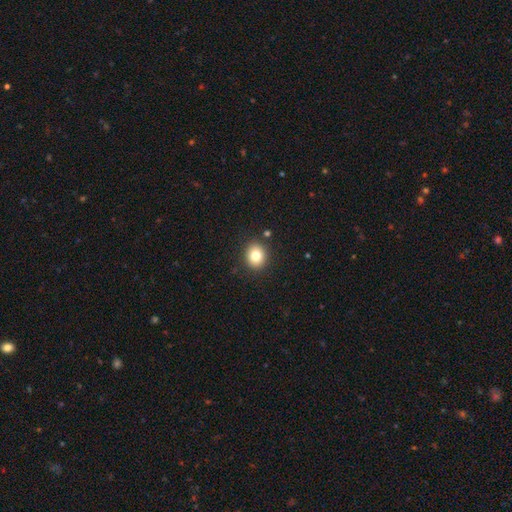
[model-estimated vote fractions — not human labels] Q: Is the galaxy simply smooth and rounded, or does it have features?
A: smooth — 80%.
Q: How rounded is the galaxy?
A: round — 72%.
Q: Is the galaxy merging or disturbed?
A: none — 89%.